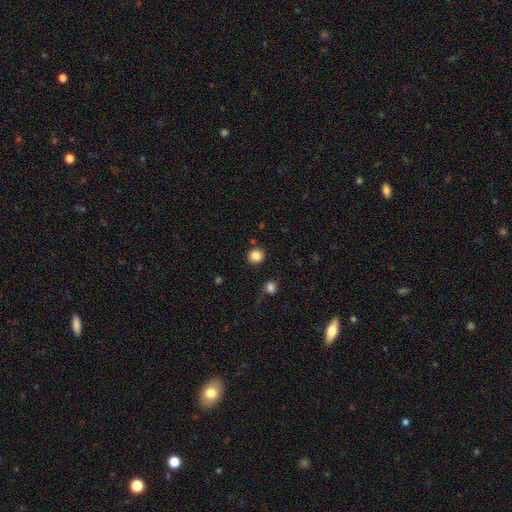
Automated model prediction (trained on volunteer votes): Q: Smooth or featured?
A: smooth (85%); runner-up: star or artifact (10%)
Q: How rounded?
A: round (84%); runner-up: in between (15%)
Q: Merging?
A: none (86%); runner-up: minor disturbance (8%)